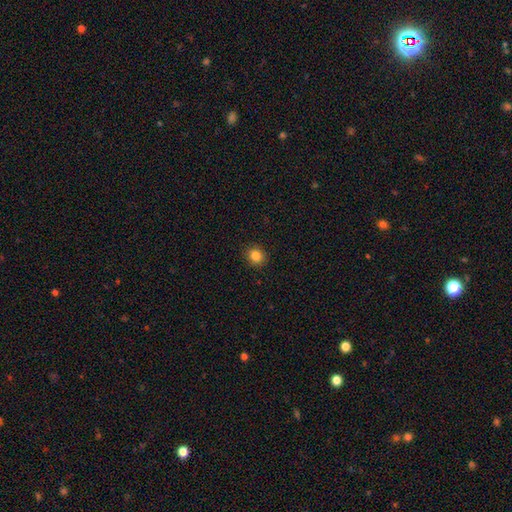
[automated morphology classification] A smooth galaxy with no disk features (84%) that is round (83%). Merging: none (91%).